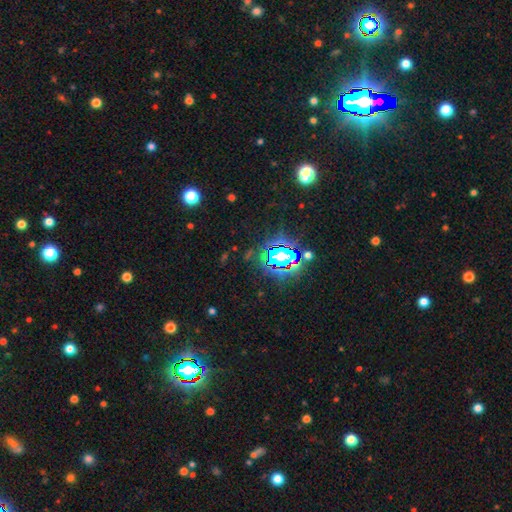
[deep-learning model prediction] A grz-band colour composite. It shows a star or artifact, not a galaxy (75%).